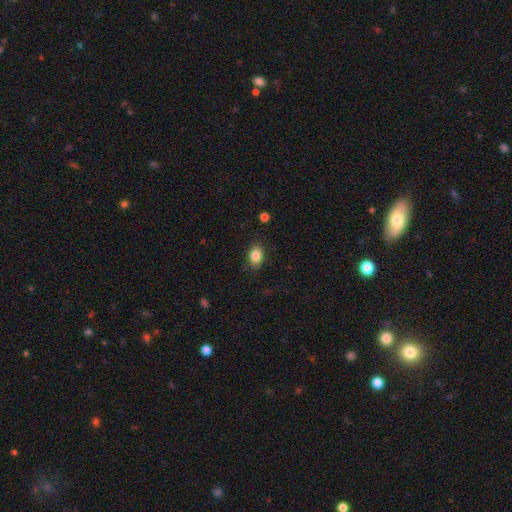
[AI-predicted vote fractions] A smooth galaxy with no disk features (85%) that is in between round and cigar-shaped (74%).

Vote fractions:
- Smooth or featured? smooth: 85% / star or artifact: 9% / featured or disk: 6%
- How rounded? in between: 74% / round: 25% / cigar-shaped: 1%
- Merging? none: 85% / minor disturbance: 11% / major disturbance: 3% / merger: 1%